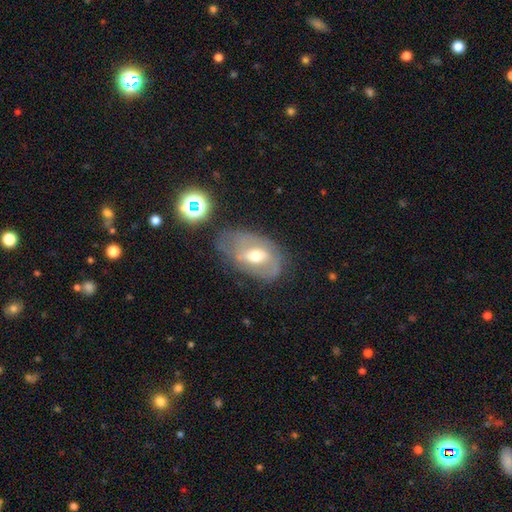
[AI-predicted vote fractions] Smooth or featured? featured or disk (58%)
Edge-on disk? no (92%)
Bar? weak (43%)
Spiral arms? yes (52%)
Bulge size? moderate (69%)
Merging? none (51%)